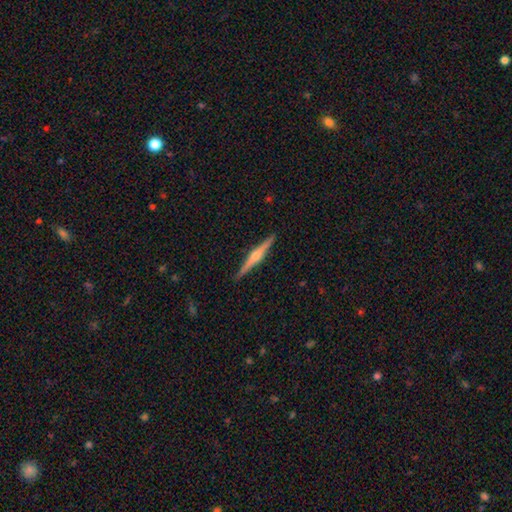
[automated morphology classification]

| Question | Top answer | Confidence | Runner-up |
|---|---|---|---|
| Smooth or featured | featured or disk | 77% | smooth (18%) |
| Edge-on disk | yes | 98% | no (2%) |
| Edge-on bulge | rounded | 85% | boxy (9%) |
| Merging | none | 92% | minor disturbance (6%) |